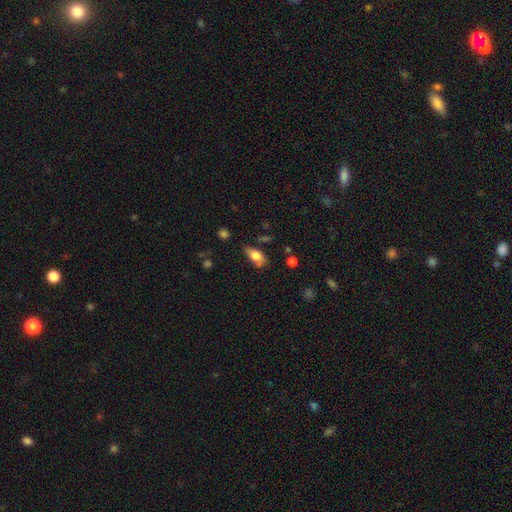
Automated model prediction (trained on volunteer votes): A smooth galaxy with no disk features (73%) that is in between round and cigar-shaped (84%). Merging: none (62%).